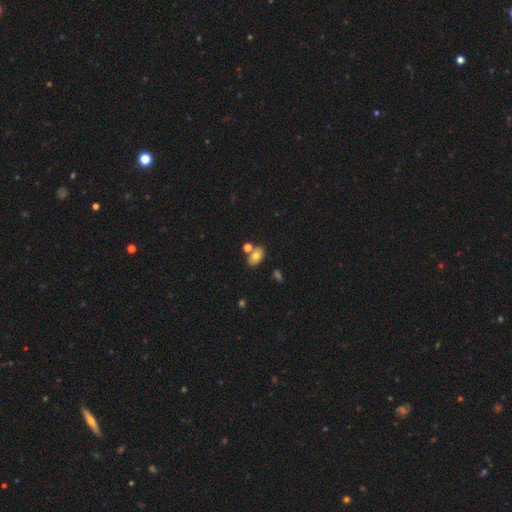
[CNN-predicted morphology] This is likely a smooth galaxy (74%). How rounded: clearly in between (86%). Merging: likely none (66%).